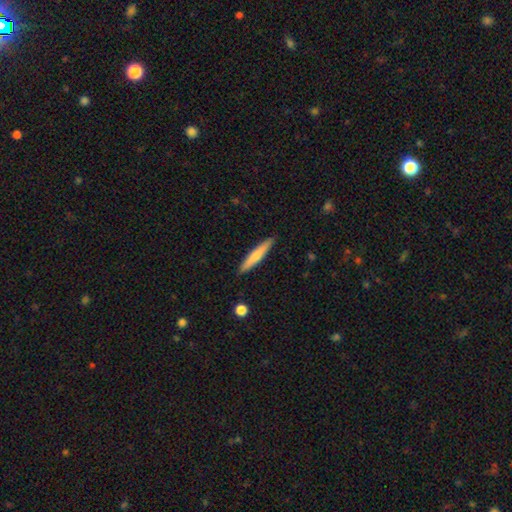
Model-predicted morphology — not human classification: Smooth or featured: smooth — 60% (featured or disk — 35%)
How rounded: cigar-shaped — 93% (in between — 6%)
Merging: none — 90% (minor disturbance — 7%)